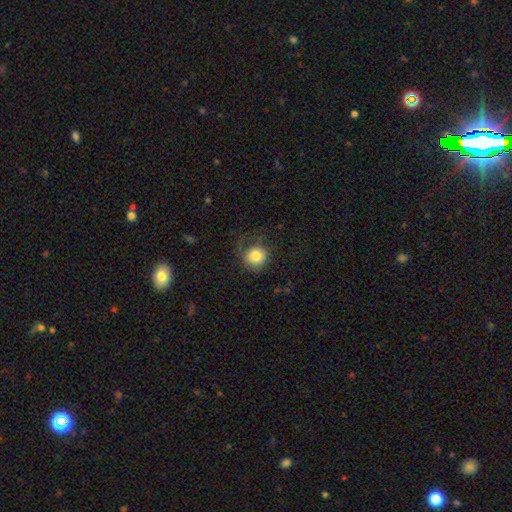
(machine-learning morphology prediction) smooth-or-featured: smooth: 82% | featured or disk: 10% | star or artifact: 8%
  how-rounded: round: 87% | in between: 12% | cigar-shaped: 1%
  merging: none: 56% | minor disturbance: 22% | major disturbance: 20% | merger: 2%